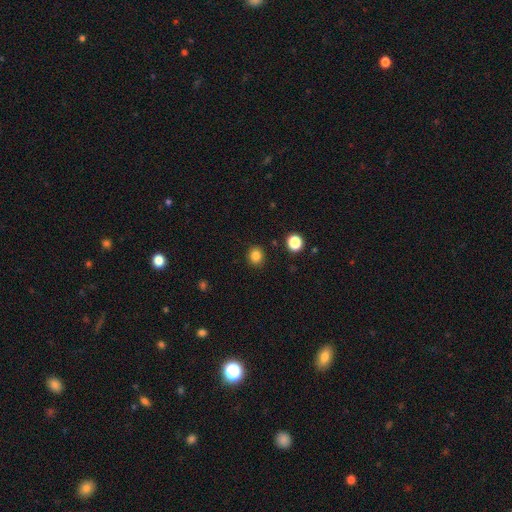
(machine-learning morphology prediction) smooth 84%, star or artifact 12%, featured or disk 4%. Down the decision tree: how rounded — round (81%); merging — none (90%).